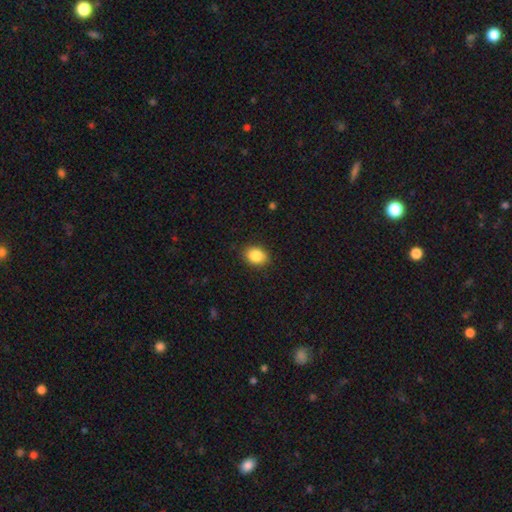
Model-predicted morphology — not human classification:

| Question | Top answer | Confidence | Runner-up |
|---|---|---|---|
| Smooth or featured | smooth | 87% | star or artifact (9%) |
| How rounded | in between | 62% | round (37%) |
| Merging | none | 87% | minor disturbance (9%) |